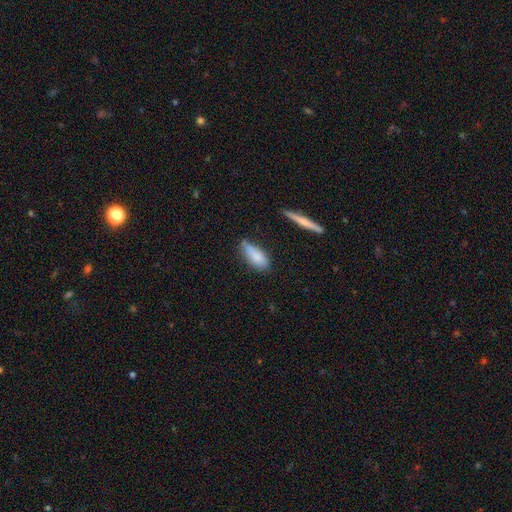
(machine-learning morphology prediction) The model was most divided on "merging": none: 57%, minor disturbance: 33%, major disturbance: 6%, merger: 4%. More confident: smooth or featured — smooth (82%); how rounded — in between (72%).